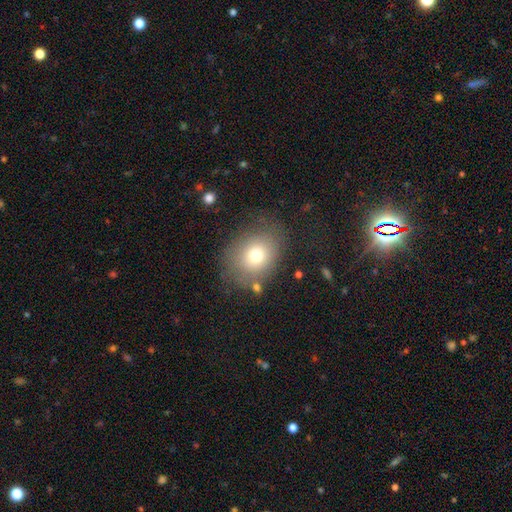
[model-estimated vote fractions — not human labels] This appears to be a smooth galaxy with no disk features (72%) that is round (54%). Merging: none (70%).